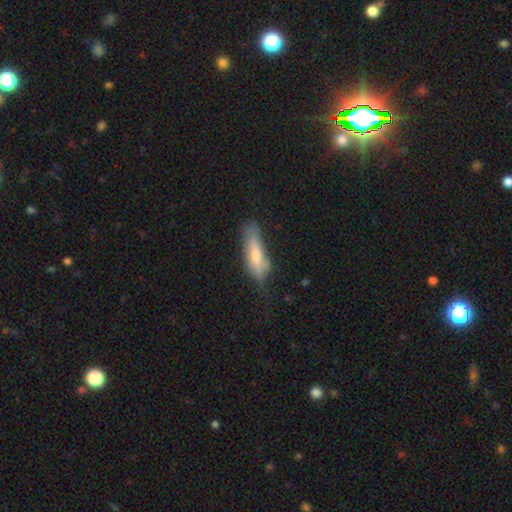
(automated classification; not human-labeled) Smooth or featured?
  - smooth: 67% *
  - featured or disk: 26%
  - star or artifact: 7%
How rounded?
  - cigar-shaped: 56% *
  - in between: 42%
  - round: 2%
Merging?
  - none: 53% *
  - minor disturbance: 32%
  - major disturbance: 12%
  - merger: 3%